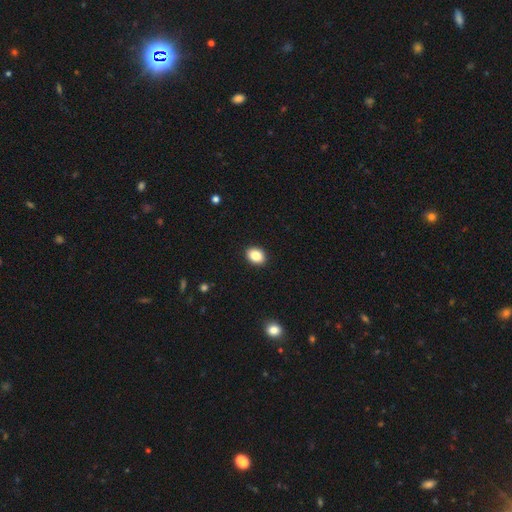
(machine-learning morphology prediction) This is clearly a smooth galaxy (86%). How rounded: likely in between (68%). Merging: clearly none (91%).